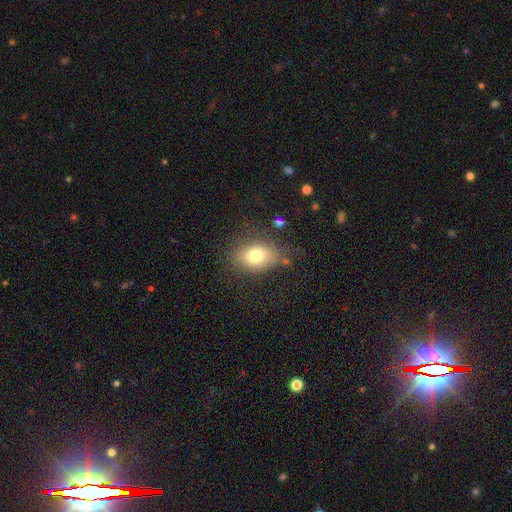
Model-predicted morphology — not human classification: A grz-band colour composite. It shows a smooth galaxy with no disk features (78%) that is in between round and cigar-shaped (81%). Merging: none (71%).